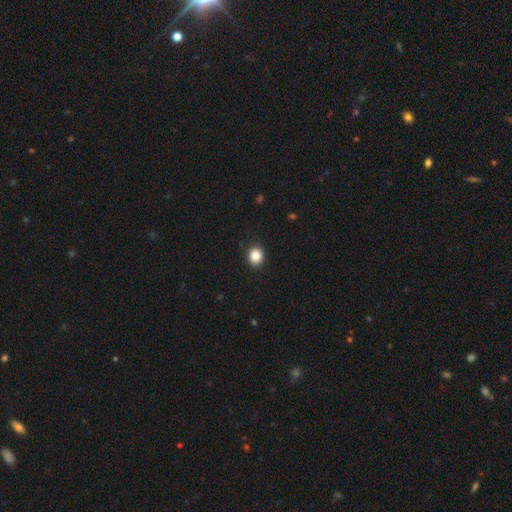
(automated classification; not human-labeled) smooth 86%, star or artifact 10%, featured or disk 4%. Down the decision tree: how rounded — round (70%); merging — none (90%).